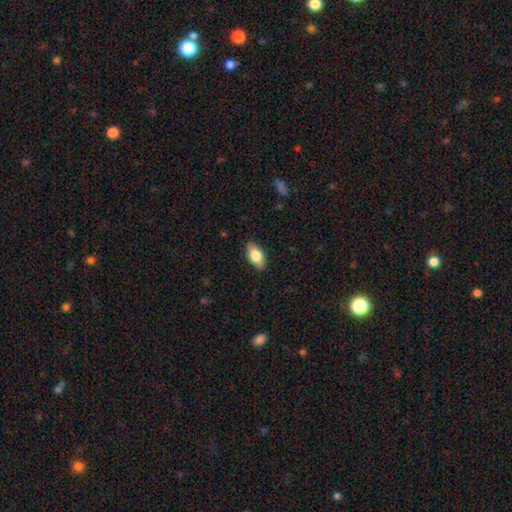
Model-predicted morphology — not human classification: smooth_or_featured: smooth (p=0.77) [alt: featured or disk p=0.16]
how_rounded: in between (p=0.90) [alt: cigar-shaped p=0.06]
merging: none (p=0.87) [alt: minor disturbance p=0.10]